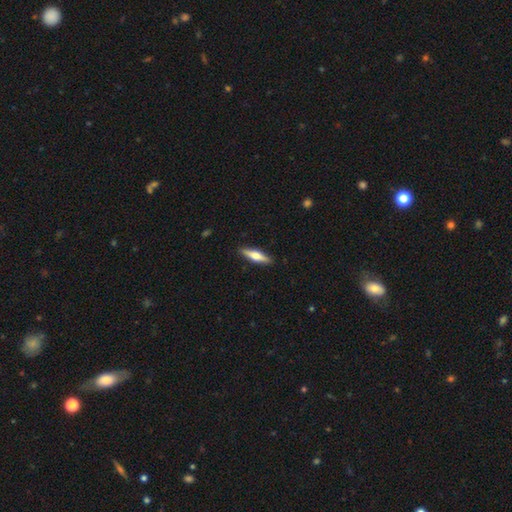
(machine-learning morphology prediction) Smooth or featured?
  - featured or disk: 51% *
  - smooth: 43%
  - star or artifact: 6%
Edge-on disk?
  - yes: 95% *
  - no: 5%
Merging?
  - none: 90% *
  - minor disturbance: 7%
  - major disturbance: 2%
  - merger: 1%